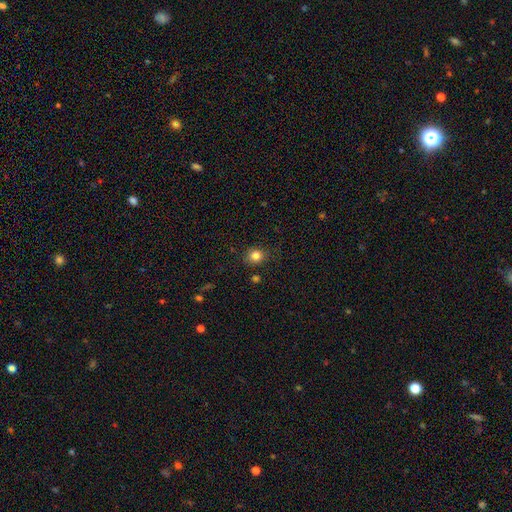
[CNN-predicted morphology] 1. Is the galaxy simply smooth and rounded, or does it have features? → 82% smooth, 12% star or artifact, 6% featured or disk.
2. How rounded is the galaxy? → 78% round, 21% in between, 1% cigar-shaped.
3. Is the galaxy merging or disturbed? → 83% none, 12% minor disturbance, 3% major disturbance, 2% merger.